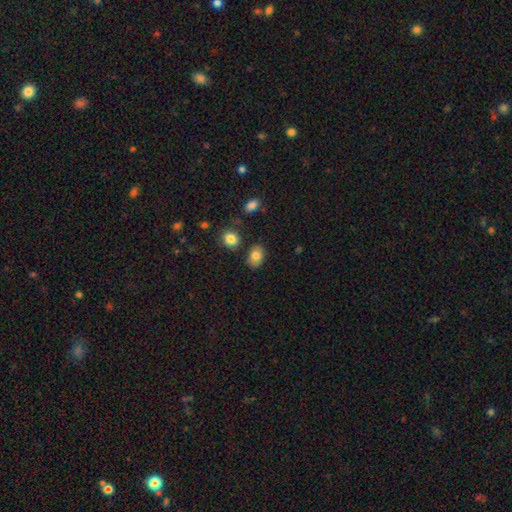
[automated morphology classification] A smooth galaxy with no disk features (80%) that is in between round and cigar-shaped (80%). Merging: none (79%).